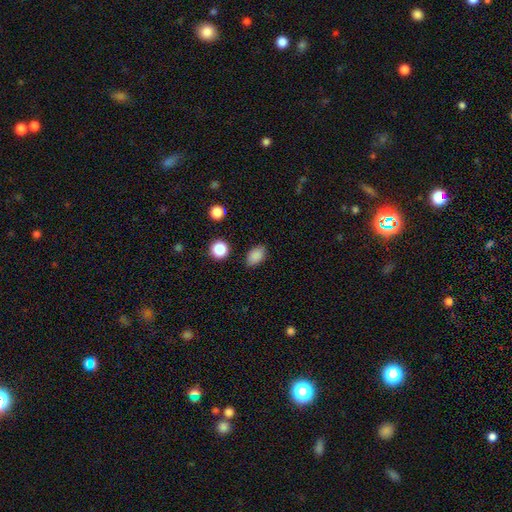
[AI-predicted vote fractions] Smooth or featured: smooth — 86% (star or artifact — 10%)
How rounded: in between — 85% (round — 13%)
Merging: none — 84% (minor disturbance — 11%)